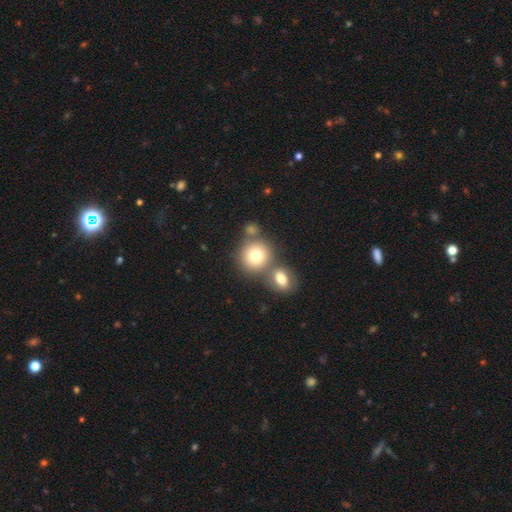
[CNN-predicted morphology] This is likely a smooth galaxy (77%). How rounded: clearly round (86%). Merging: possibly none (50%).